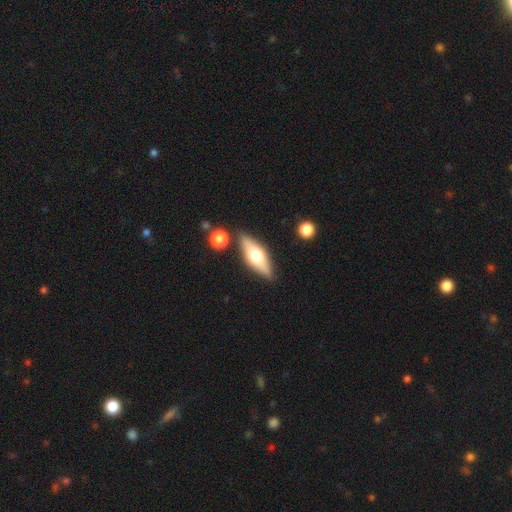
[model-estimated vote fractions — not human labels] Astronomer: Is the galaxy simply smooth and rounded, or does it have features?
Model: smooth — 51% (runner-up: featured or disk, 43%).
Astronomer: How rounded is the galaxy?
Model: in between — 62%.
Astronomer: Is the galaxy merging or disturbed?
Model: none — 81%.